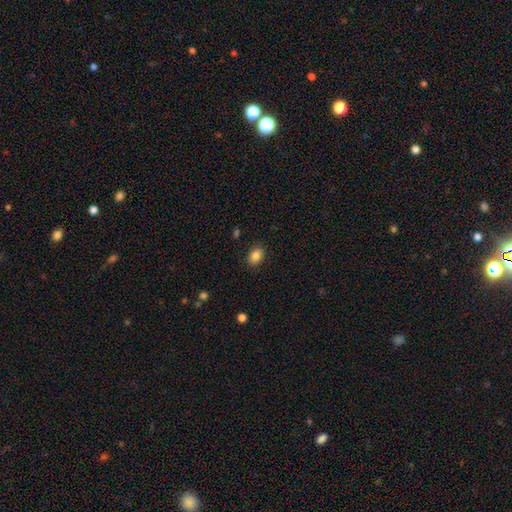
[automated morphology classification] smooth-or-featured: smooth: 85% | star or artifact: 9% | featured or disk: 5%
  how-rounded: in between: 72% | round: 27% | cigar-shaped: 1%
  merging: none: 87% | minor disturbance: 9% | major disturbance: 2% | merger: 1%